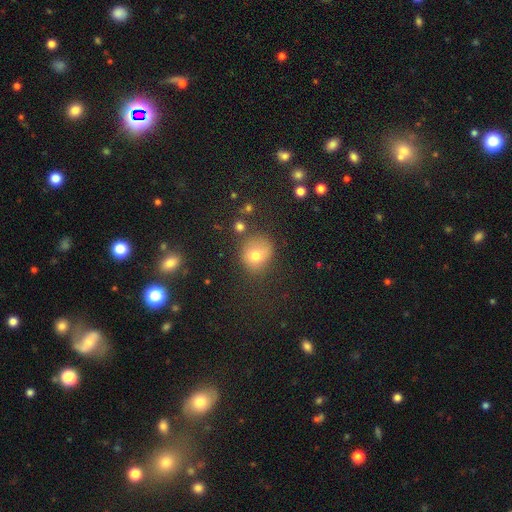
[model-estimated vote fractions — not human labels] smooth 75%, star or artifact 15%, featured or disk 11%. Down the decision tree: how rounded — round (74%); merging — none (62%).